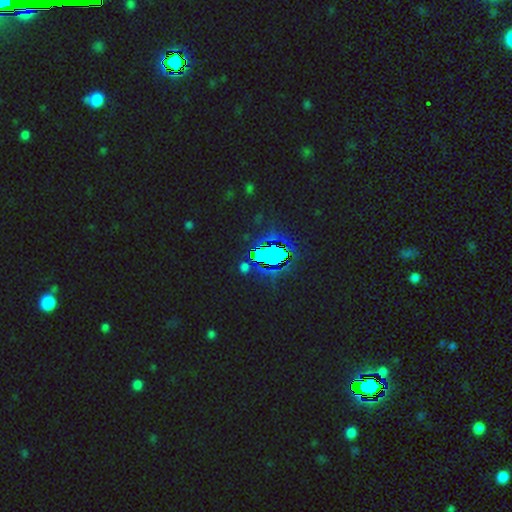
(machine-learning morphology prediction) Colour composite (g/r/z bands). It shows a star or artifact, not a galaxy (84%).